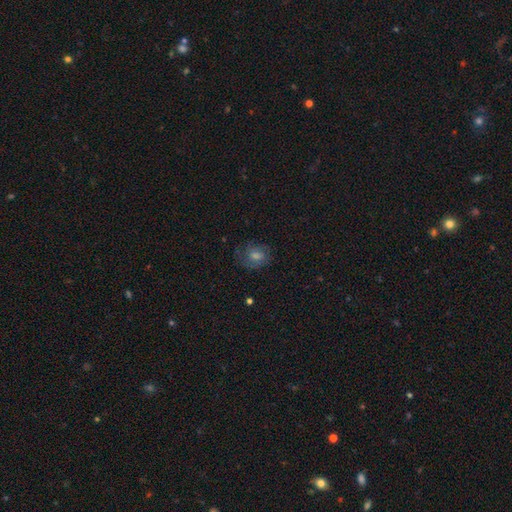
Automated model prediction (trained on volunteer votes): Overall: smooth (42%; featured or disk 39%). Merging: none (71%).